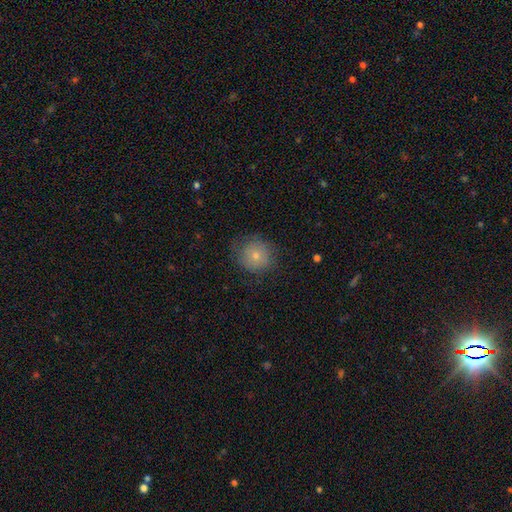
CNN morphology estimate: smooth 72%, featured or disk 17%, star or artifact 10%. Down the decision tree: how rounded — round (91%); merging — none (75%).